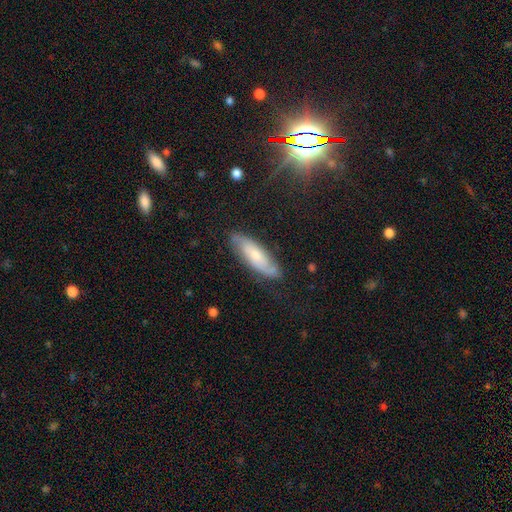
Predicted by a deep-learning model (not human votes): This appears to be a featured or disk galaxy (53%). Merging: none (79%).